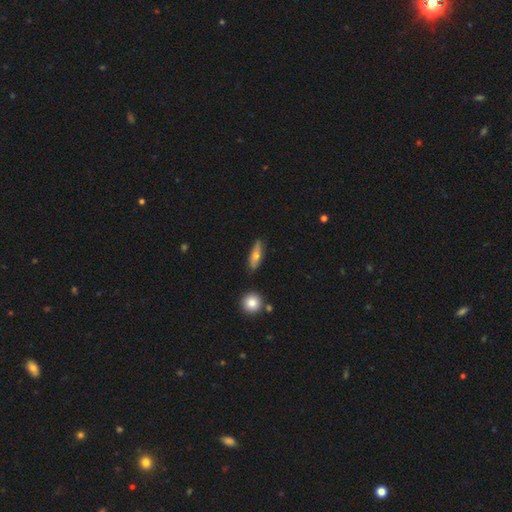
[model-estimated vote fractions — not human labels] smooth_or_featured: smooth (p=0.57) [alt: featured or disk p=0.36]
how_rounded: in between (p=0.48) [tied with: cigar-shaped p=0.48]
merging: none (p=0.83) [alt: minor disturbance p=0.12]